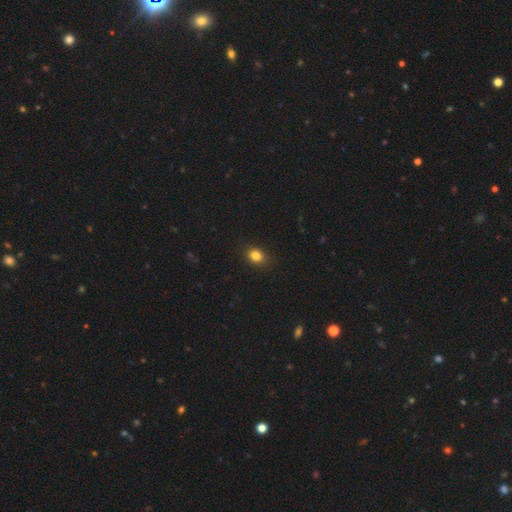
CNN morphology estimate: smooth 84%, star or artifact 11%, featured or disk 5%. Down the decision tree: how rounded — in between (56%); merging — none (88%).